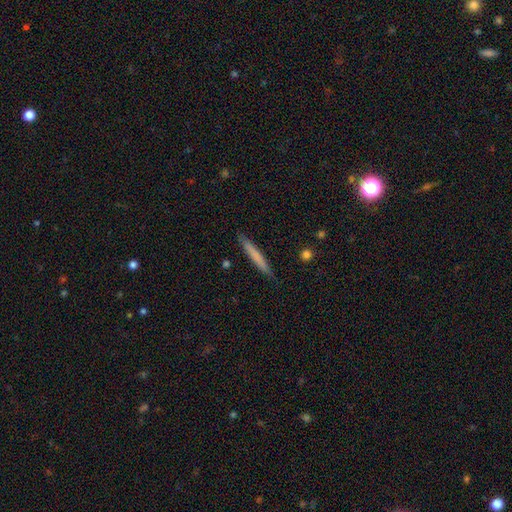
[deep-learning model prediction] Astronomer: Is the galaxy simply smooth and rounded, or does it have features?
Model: smooth — 69%.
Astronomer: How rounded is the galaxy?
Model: cigar-shaped — 96%.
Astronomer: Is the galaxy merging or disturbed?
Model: none — 89%.